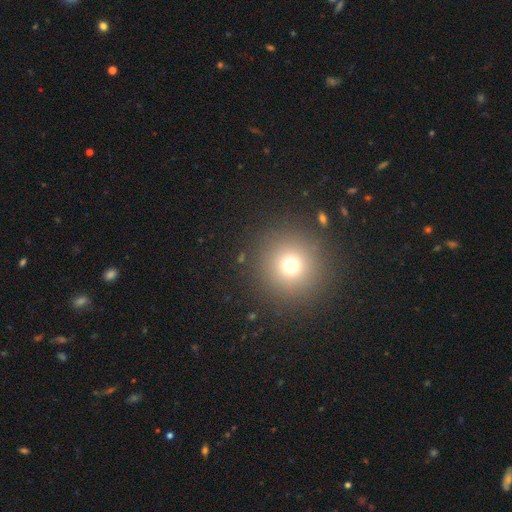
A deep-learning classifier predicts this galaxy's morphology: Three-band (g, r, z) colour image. It shows a smooth galaxy with no disk features (66%) that is round (95%). Merging: none (93%).